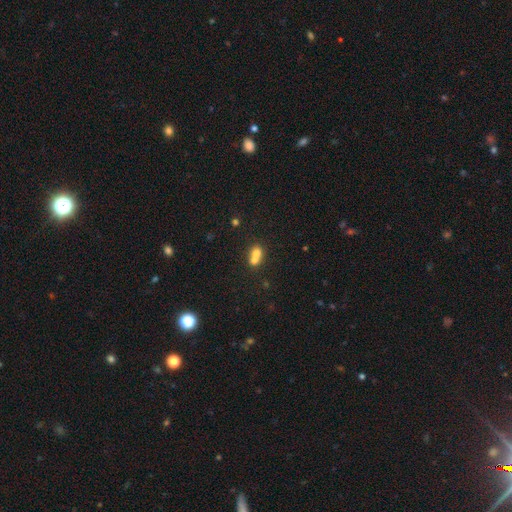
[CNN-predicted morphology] Smooth or featured? smooth (69%)
How rounded? in between (53%)
Merging? merger (66%)